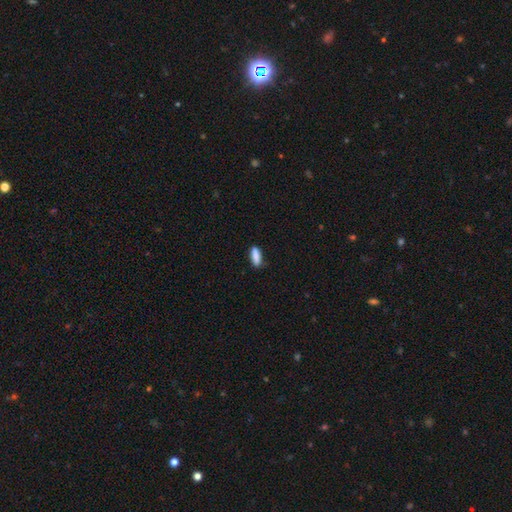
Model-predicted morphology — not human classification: Overall: smooth (88%). How rounded: in between (59%; cigar-shaped 39%). Merging: none (83%).